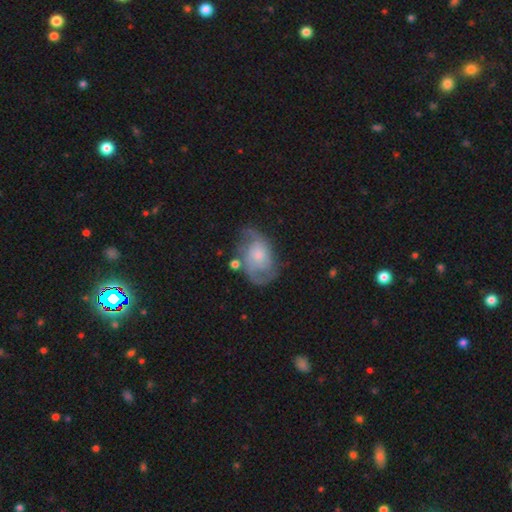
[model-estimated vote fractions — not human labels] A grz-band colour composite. It shows a featured or disk galaxy (74%) with no bar (72%), 2 (70%) medium (44%) spiral arms (91%) and a small central bulge (48%). Merging: none (65%).